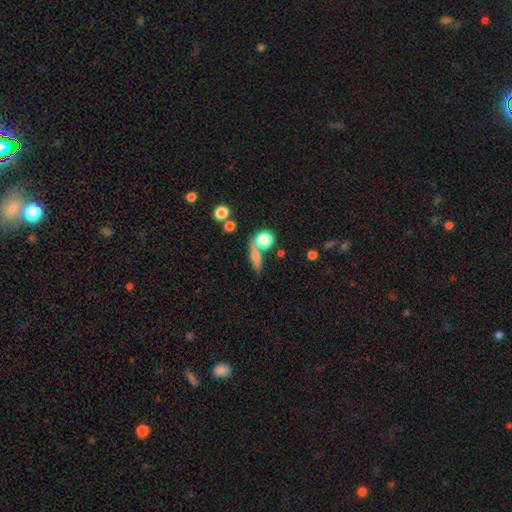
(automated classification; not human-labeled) smooth-or-featured: smooth: 64% | featured or disk: 24% | star or artifact: 12%
  how-rounded: cigar-shaped: 47% | round: 28% | in between: 24%
  merging: none: 63% | merger: 19% | minor disturbance: 12% | major disturbance: 6%